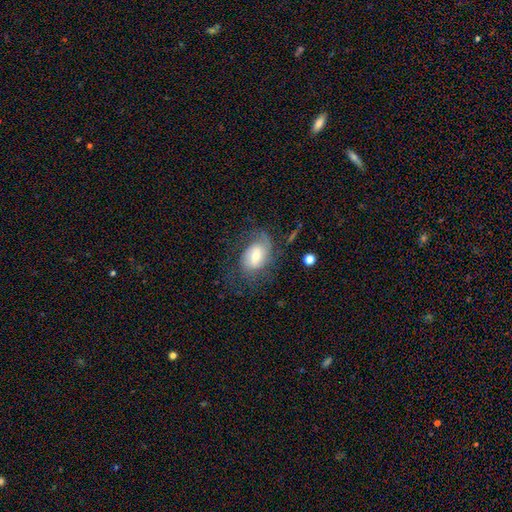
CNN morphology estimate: Smooth or featured: featured or disk — 53% (smooth — 38%)
Edge-on disk: no — 95% (yes — 5%)
Merging: none — 53% (minor disturbance — 22%)